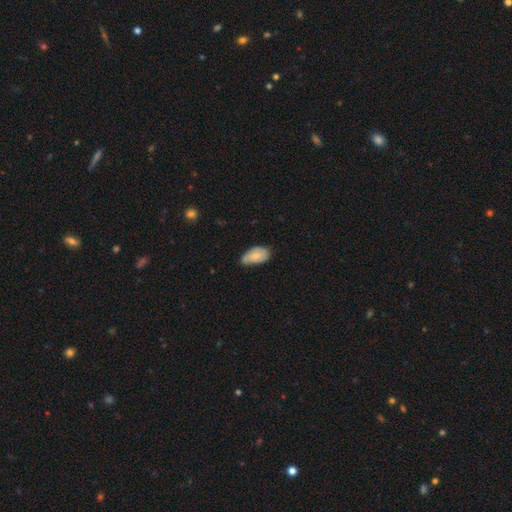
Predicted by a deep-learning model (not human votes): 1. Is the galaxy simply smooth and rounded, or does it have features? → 71% smooth, 22% featured or disk, 7% star or artifact.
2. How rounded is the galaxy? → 93% in between, 4% round, 2% cigar-shaped.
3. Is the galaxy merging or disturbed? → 49% none, 41% minor disturbance, 7% major disturbance, 2% merger.